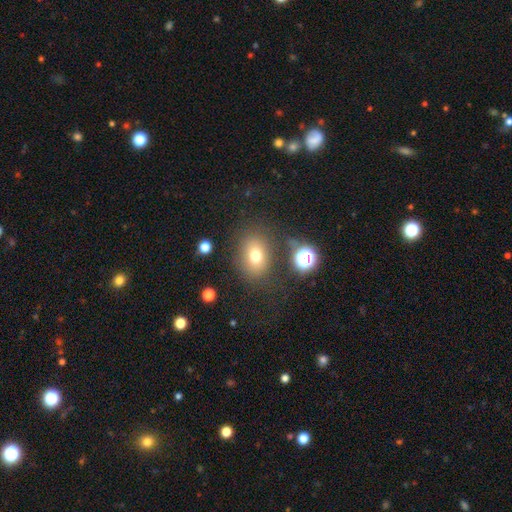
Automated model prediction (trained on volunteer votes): smooth_or_featured: smooth (p=0.74) [alt: star or artifact p=0.15]
how_rounded: in between (p=0.59) [alt: round p=0.39]
merging: none (p=0.76) [alt: minor disturbance p=0.13]